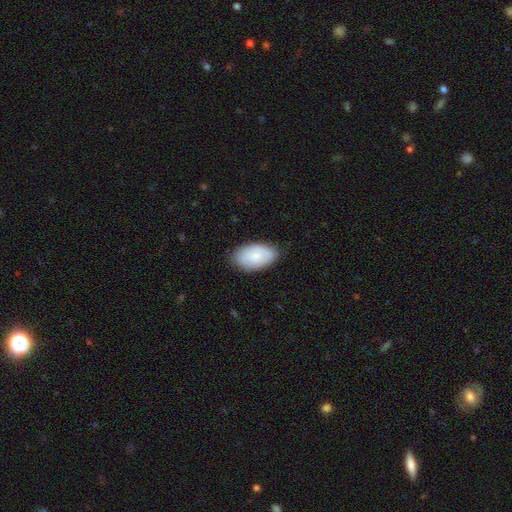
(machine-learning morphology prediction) A smooth galaxy with no disk features (76%) that is in between round and cigar-shaped (95%).

Vote fractions:
- Smooth or featured? smooth: 76% / featured or disk: 18% / star or artifact: 6%
- How rounded? in between: 95% / round: 4% / cigar-shaped: 2%
- Merging? none: 79% / minor disturbance: 17% / major disturbance: 3% / merger: 1%